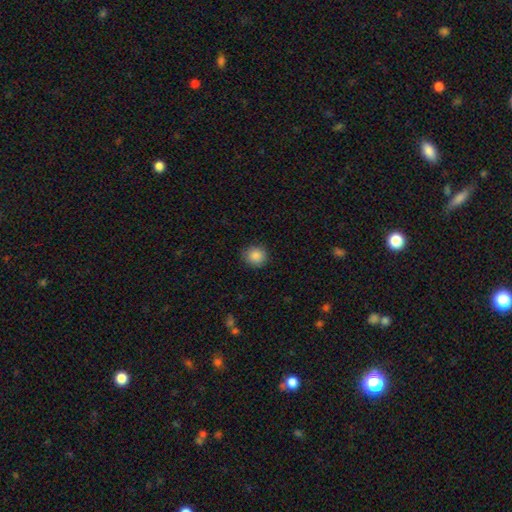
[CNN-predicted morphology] This is clearly a smooth galaxy (87%). How rounded: clearly round (89%). Merging: clearly none (88%).